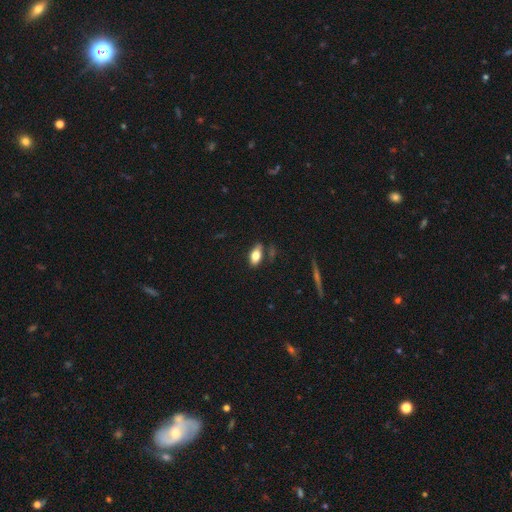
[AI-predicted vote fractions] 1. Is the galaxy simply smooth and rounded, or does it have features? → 75% smooth, 17% featured or disk, 8% star or artifact.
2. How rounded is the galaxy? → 88% in between, 7% cigar-shaped, 5% round.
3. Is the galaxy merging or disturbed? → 73% none, 17% minor disturbance, 6% merger, 4% major disturbance.